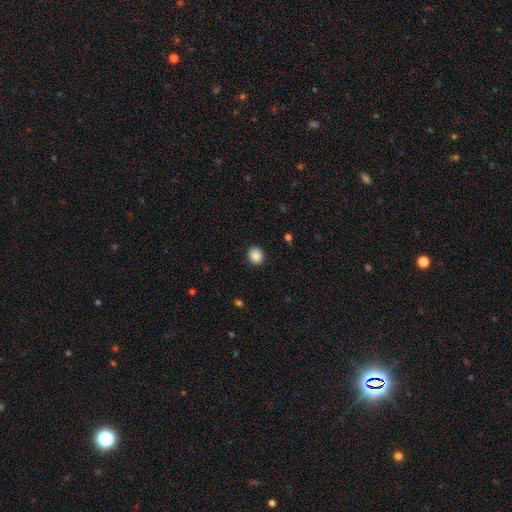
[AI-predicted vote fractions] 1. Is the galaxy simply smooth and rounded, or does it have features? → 88% smooth, 9% star or artifact, 3% featured or disk.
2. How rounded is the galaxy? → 81% round, 18% in between, 1% cigar-shaped.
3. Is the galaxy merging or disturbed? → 90% none, 7% minor disturbance, 2% major disturbance, 1% merger.